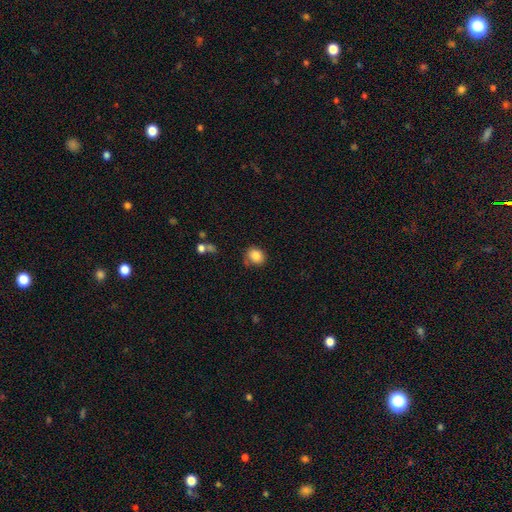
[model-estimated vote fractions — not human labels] smooth_or_featured: smooth (p=0.86) [alt: star or artifact p=0.09]
how_rounded: round (p=0.67) [alt: in between p=0.32]
merging: none (p=0.72) [alt: minor disturbance p=0.18]